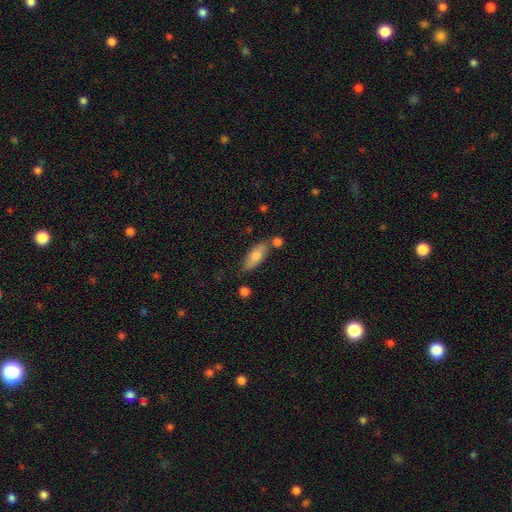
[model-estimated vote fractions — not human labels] This is likely a smooth galaxy (74%). How rounded: likely in between (64%). Merging: likely none (71%).